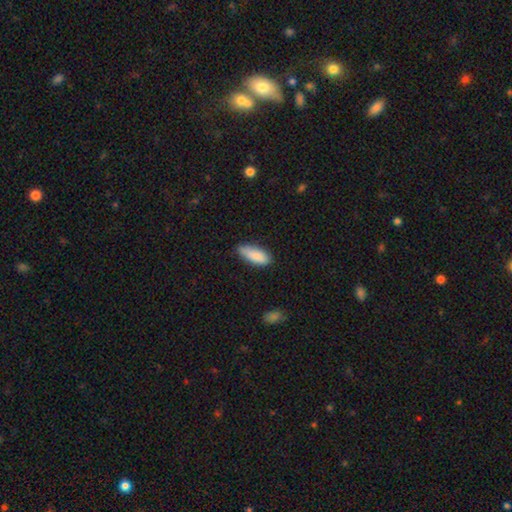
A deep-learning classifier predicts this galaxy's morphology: type=smooth (86%); roundness=in between (77%); merging=none (76%).